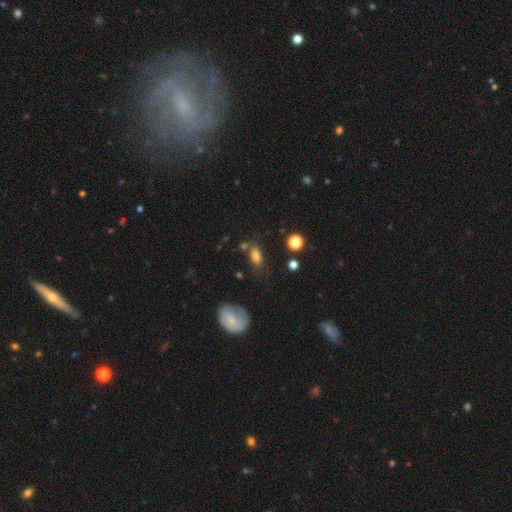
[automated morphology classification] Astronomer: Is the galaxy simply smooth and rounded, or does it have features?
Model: smooth — 79%.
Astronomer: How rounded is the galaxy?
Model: in between — 83%.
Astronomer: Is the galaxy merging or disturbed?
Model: none — 67%.